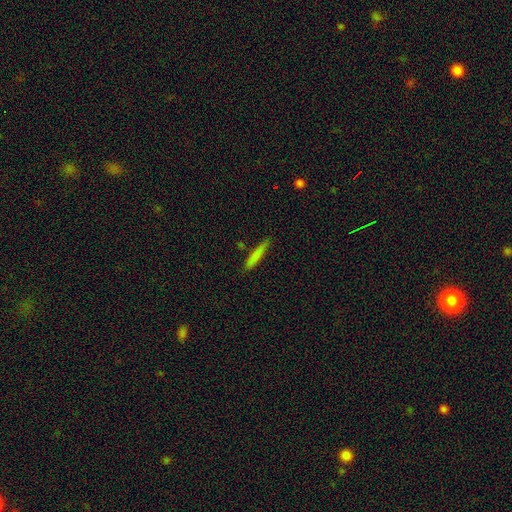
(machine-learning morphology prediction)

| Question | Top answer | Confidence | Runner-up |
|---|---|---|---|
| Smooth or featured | smooth | 78% | featured or disk (15%) |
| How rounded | cigar-shaped | 92% | in between (7%) |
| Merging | none | 84% | minor disturbance (11%) |